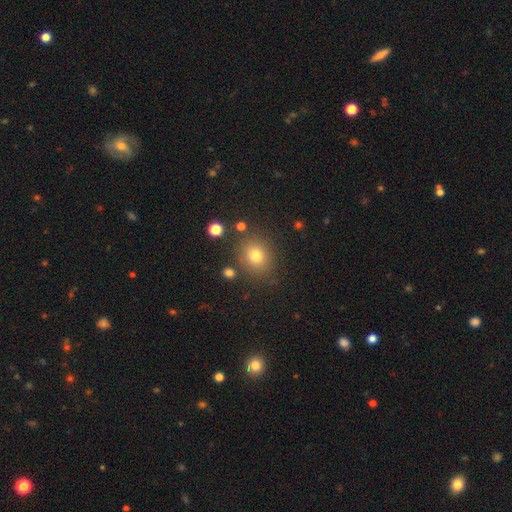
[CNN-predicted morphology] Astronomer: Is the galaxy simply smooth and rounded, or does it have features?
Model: smooth — 76%.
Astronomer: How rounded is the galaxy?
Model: round — 71%.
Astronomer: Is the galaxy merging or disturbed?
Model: none — 82%.